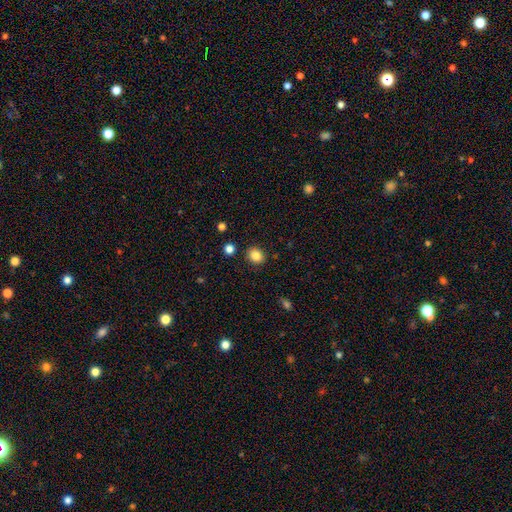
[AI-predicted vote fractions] Smooth or featured: smooth — 85% (star or artifact — 10%)
How rounded: round — 65% (in between — 34%)
Merging: none — 88% (minor disturbance — 8%)